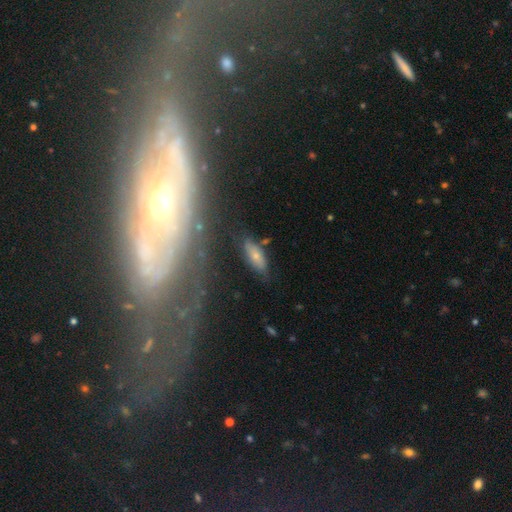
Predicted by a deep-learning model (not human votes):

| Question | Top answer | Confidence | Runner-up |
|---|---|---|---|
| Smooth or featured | smooth | 66% | featured or disk (26%) |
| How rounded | in between | 67% | cigar-shaped (30%) |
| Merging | none | 73% | minor disturbance (18%) |